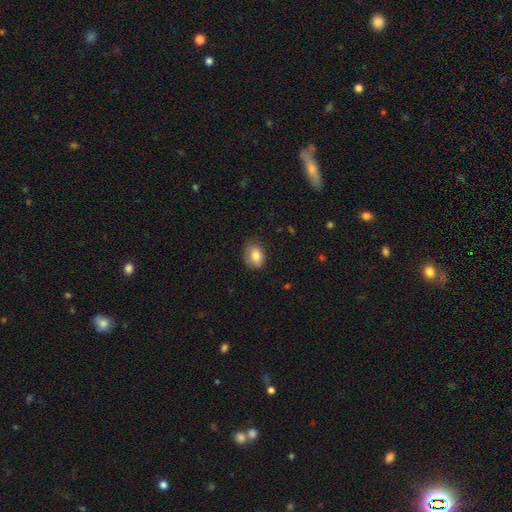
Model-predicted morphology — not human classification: smooth 82%, featured or disk 10%, star or artifact 8%. Down the decision tree: how rounded — in between (63%); merging — none (74%).